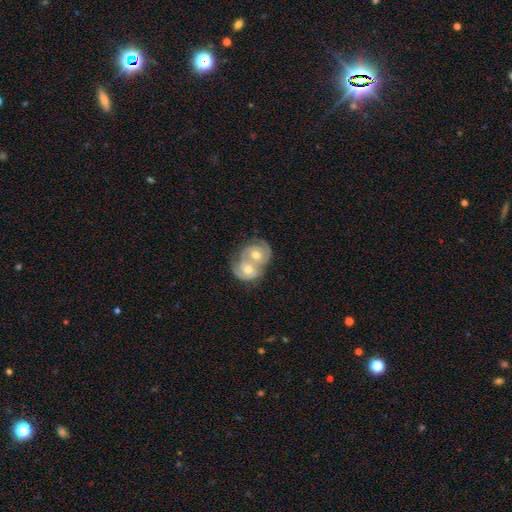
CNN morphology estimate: The model was most divided on "spiral arm count": 2: 53%, can't tell: 26%, 3: 9%, 1: 6%, 4: 2%, more than 4: 2%. More confident: edge-on disk — no (97%); spiral arms — yes (79%); bar — no (73%); merging — merger (72%); bulge size — moderate (69%); smooth or featured — featured or disk (69%); spiral winding — tight (63%).